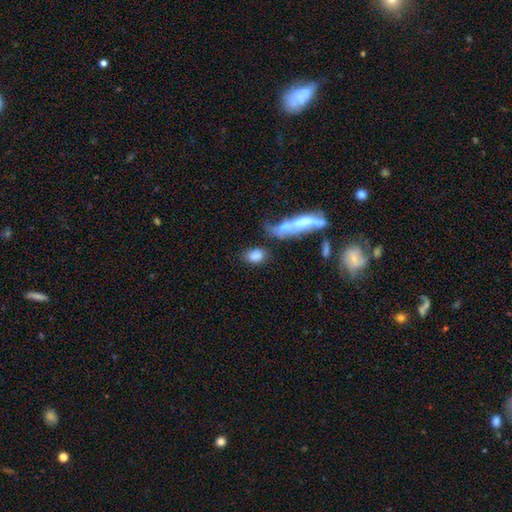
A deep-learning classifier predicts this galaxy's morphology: Smooth or featured? smooth (80%)
How rounded? in between (77%)
Merging? none (52%)